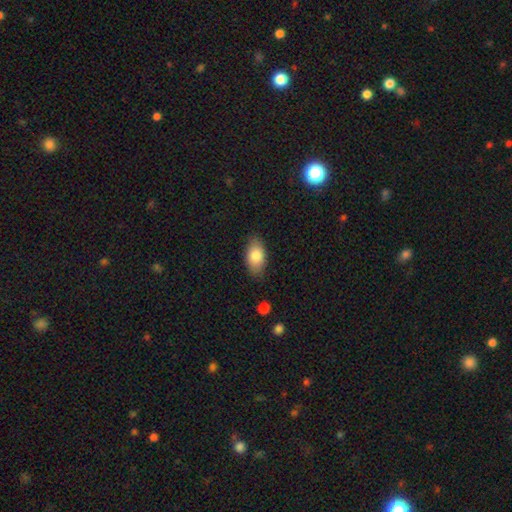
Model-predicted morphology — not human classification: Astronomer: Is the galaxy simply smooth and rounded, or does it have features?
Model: smooth — 83%.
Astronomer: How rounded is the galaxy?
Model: in between — 92%.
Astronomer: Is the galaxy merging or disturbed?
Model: none — 82%.